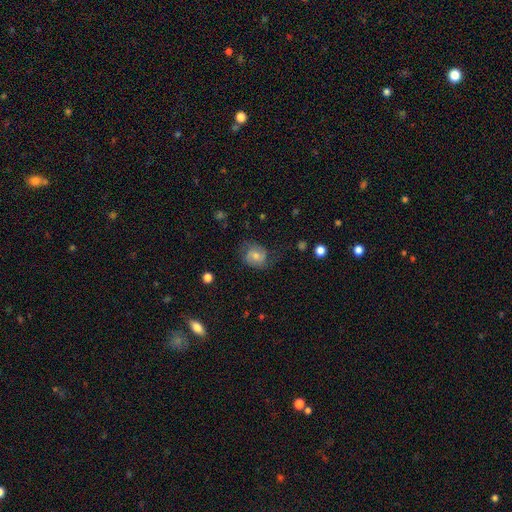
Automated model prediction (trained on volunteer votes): A featured or disk galaxy (56%) with no bar (54%), spiral arms (85%) and a moderate central bulge (53%).

Vote fractions:
- Smooth or featured? featured or disk: 56% / smooth: 32% / star or artifact: 12%
- Edge-on disk? no: 97% / yes: 3%
- Bar? no: 54% / weak: 38% / strong: 8%
- Spiral arms? yes: 85% / no: 15%
- Bulge size? moderate: 53% / small: 38% / large: 4% / none: 4% / dominant: 1%
- Merging? none: 67% / minor disturbance: 21% / major disturbance: 11% / merger: 1%